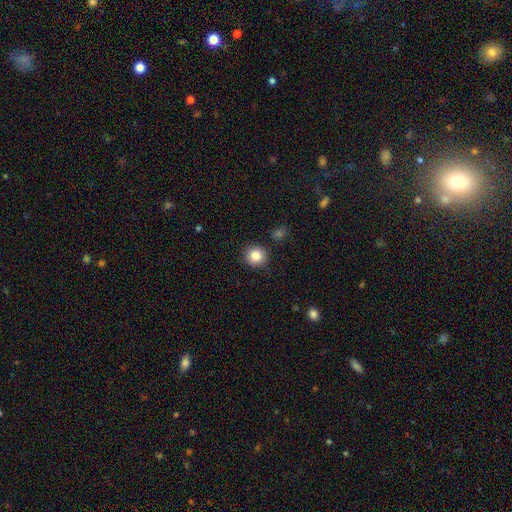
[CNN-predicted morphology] This appears to be a smooth galaxy with no disk features (85%) that is round (91%). Merging: none (88%).